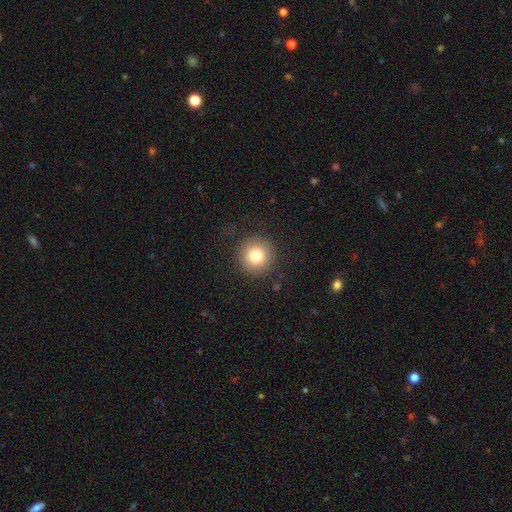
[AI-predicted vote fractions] Smooth or featured? Predicted: smooth (p=0.79). How rounded? Predicted: round (p=0.96). Merging? Predicted: none (p=0.89).